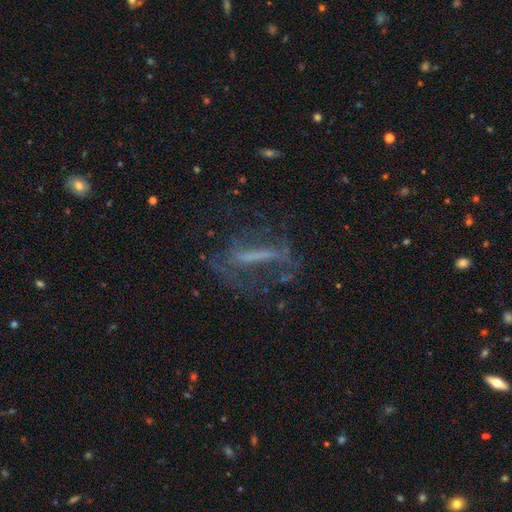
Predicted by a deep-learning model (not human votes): Smooth or featured: featured or disk — 62% (smooth — 22%)
Edge-on disk: no — 67% (yes — 33%)
Merging: none — 51% (major disturbance — 28%)